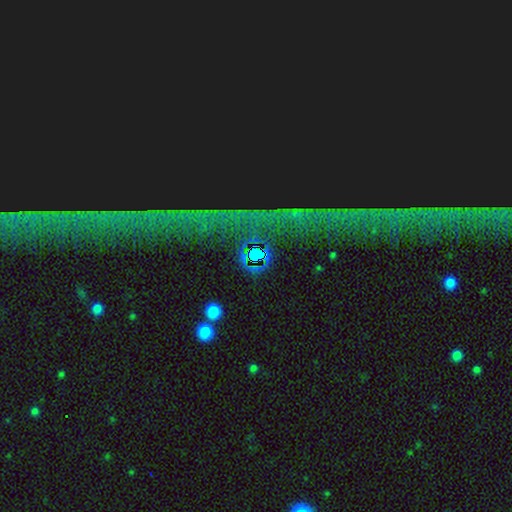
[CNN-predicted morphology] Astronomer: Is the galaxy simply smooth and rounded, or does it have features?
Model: star or artifact — 71%.